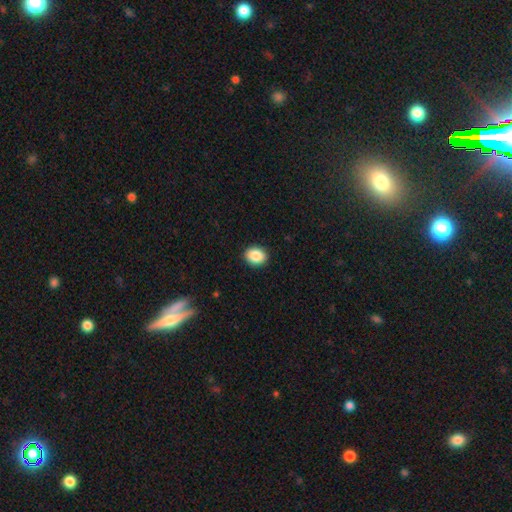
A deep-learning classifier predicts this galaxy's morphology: Smooth or featured: smooth — 87% (star or artifact — 8%)
How rounded: round — 50% (in between — 49%)
Merging: none — 91% (minor disturbance — 7%)